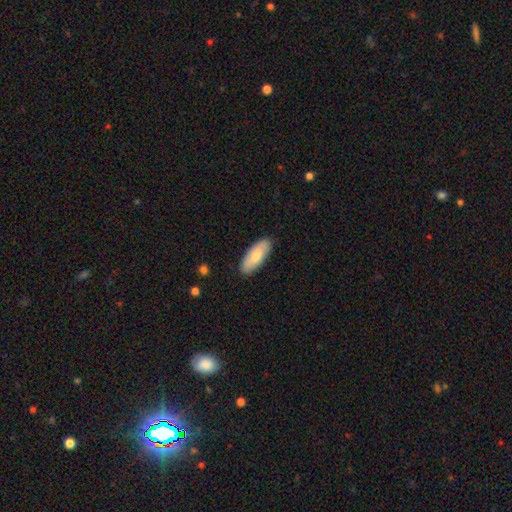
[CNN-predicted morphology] This appears to be a smooth galaxy with no disk features (79%) that is in between round and cigar-shaped (78%). Merging: none (89%).